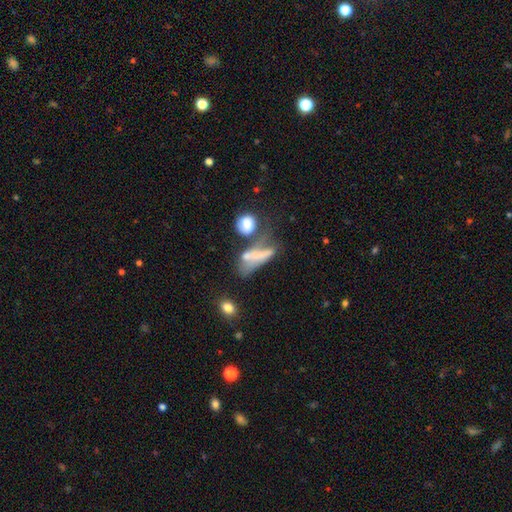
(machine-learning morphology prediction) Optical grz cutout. It shows a smooth galaxy with no disk features (52%) that is in between round and cigar-shaped (59%). Merging: merger (32%, tied with major disturbance).